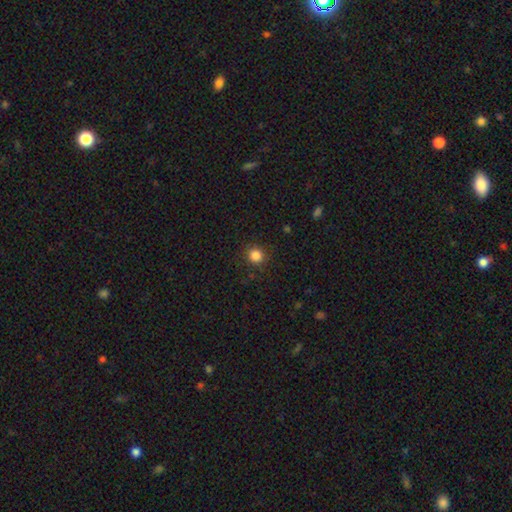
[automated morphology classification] smooth 84%, star or artifact 12%, featured or disk 4%. Down the decision tree: how rounded — round (91%); merging — none (90%).